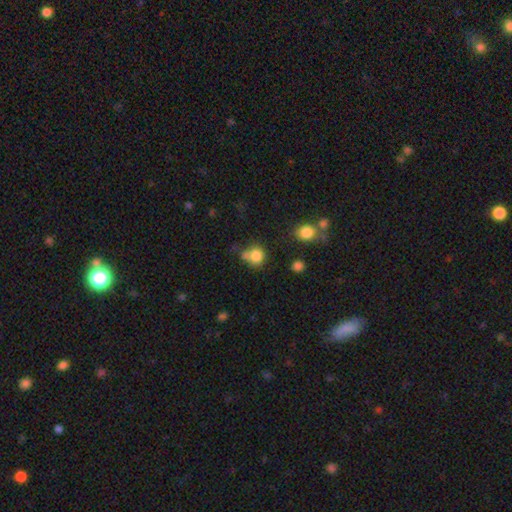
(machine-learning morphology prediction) Smooth or featured? Predicted: smooth (p=0.80). How rounded? Predicted: round (p=0.74). Merging? Predicted: none (p=0.47).